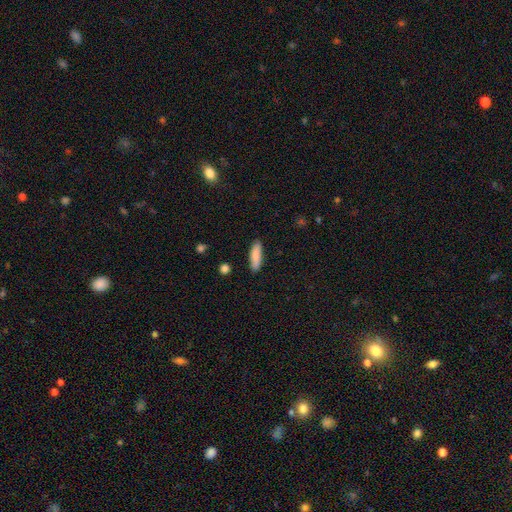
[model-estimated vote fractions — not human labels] Smooth or featured?
  - smooth: 84% *
  - featured or disk: 10%
  - star or artifact: 6%
How rounded?
  - cigar-shaped: 60% *
  - in between: 39%
  - round: 2%
Merging?
  - none: 86% *
  - minor disturbance: 10%
  - major disturbance: 2%
  - merger: 2%